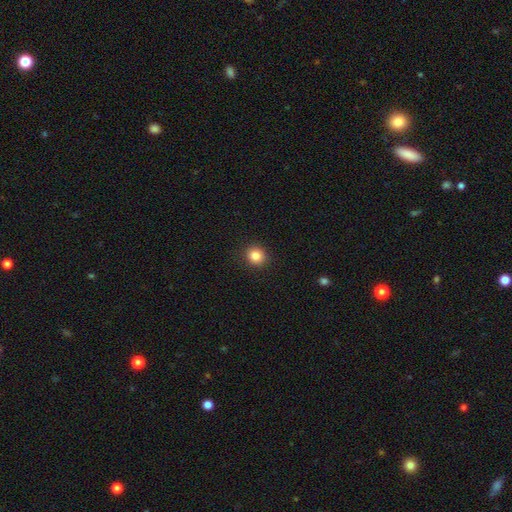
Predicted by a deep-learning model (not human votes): A smooth galaxy with no disk features (85%) that is round (81%). Merging: none (91%).